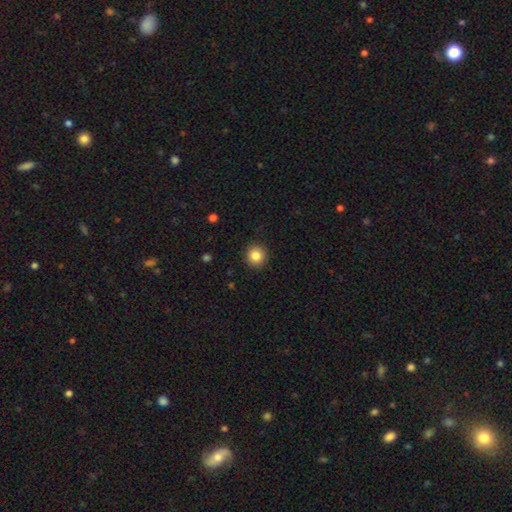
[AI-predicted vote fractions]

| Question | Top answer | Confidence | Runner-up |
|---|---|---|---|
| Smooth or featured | smooth | 85% | star or artifact (10%) |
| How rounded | round | 92% | in between (7%) |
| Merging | none | 91% | minor disturbance (6%) |